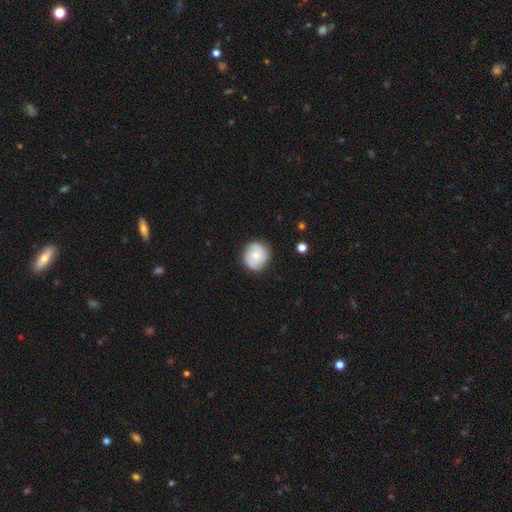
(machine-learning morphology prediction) Q: Smooth or featured?
A: smooth (60%); runner-up: featured or disk (33%)
Q: How rounded?
A: round (85%); runner-up: in between (14%)
Q: Merging?
A: none (81%); runner-up: minor disturbance (15%)